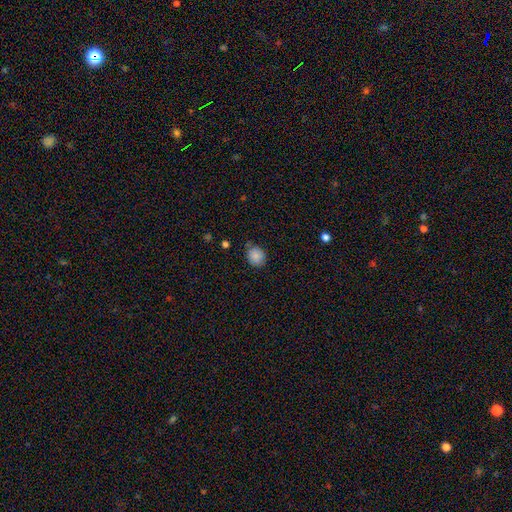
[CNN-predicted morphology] This is clearly a smooth galaxy (87%). How rounded: likely round (75%). Merging: likely none (75%).